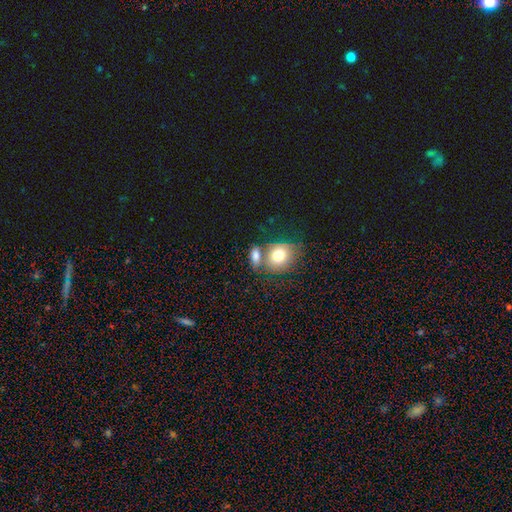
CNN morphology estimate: Smooth or featured? Predicted: smooth (p=0.76). How rounded? Predicted: in between (p=0.64). Merging? Predicted: none (p=0.47).